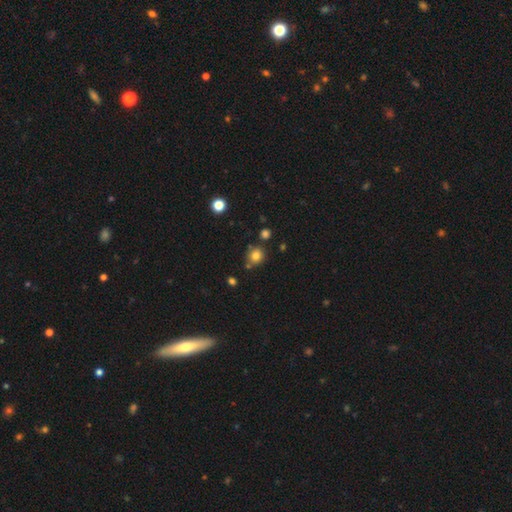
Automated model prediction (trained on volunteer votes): Smooth or featured? Predicted: smooth (p=0.80). How rounded? Predicted: round (p=0.83). Merging? Predicted: none (p=0.72).